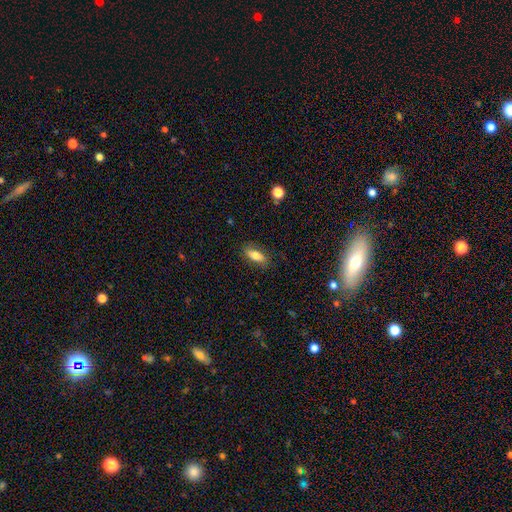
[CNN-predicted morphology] This appears to be a smooth galaxy with no disk features (77%) that is in between round and cigar-shaped (75%). Merging: none (83%).